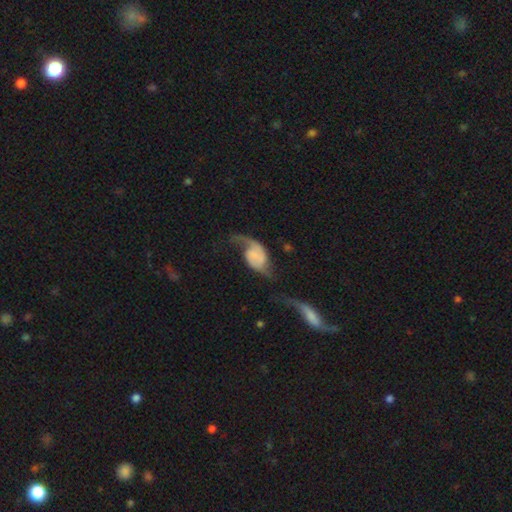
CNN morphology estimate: This appears to be a featured or disk galaxy (73%) with no bar (66%), 2 (81%) loose (78%) spiral arms (92%) and no central bulge (55%). Merging: none (36%).